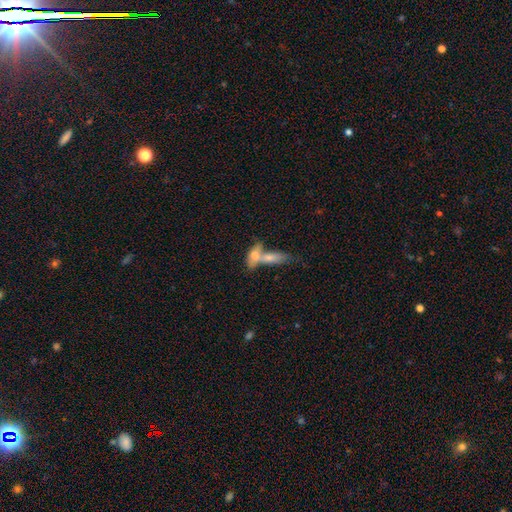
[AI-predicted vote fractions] Morphology: type=smooth (66%); roundness=in between (68%); merging=merger (68%).